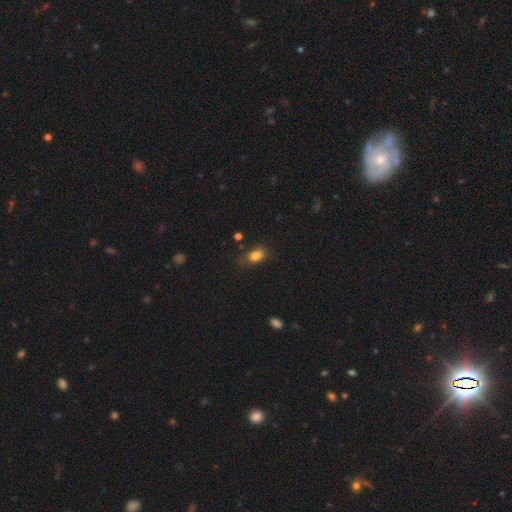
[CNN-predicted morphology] Smooth or featured?
  - smooth: 84% *
  - star or artifact: 10%
  - featured or disk: 6%
How rounded?
  - in between: 78% *
  - round: 19%
  - cigar-shaped: 2%
Merging?
  - none: 66% *
  - minor disturbance: 25%
  - major disturbance: 7%
  - merger: 2%